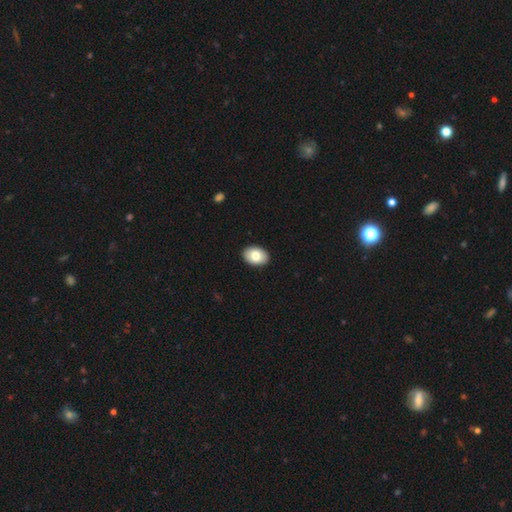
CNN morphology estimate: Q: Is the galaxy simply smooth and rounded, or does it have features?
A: smooth — 81%.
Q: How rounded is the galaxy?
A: in between — 84%.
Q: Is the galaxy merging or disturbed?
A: none — 91%.